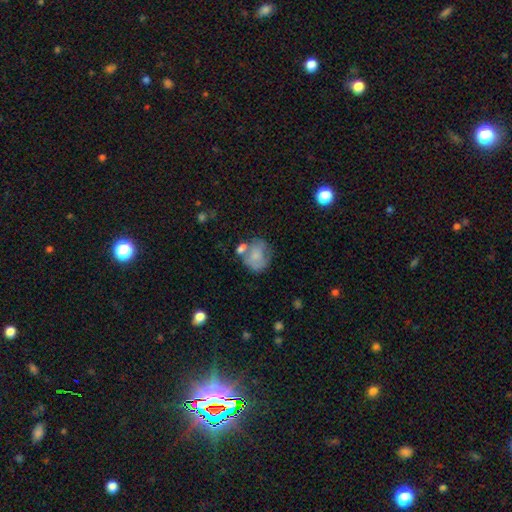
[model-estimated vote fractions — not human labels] Smooth or featured? Predicted: smooth (p=0.58). How rounded? Predicted: round (p=0.62). Merging? Predicted: none (p=0.38).